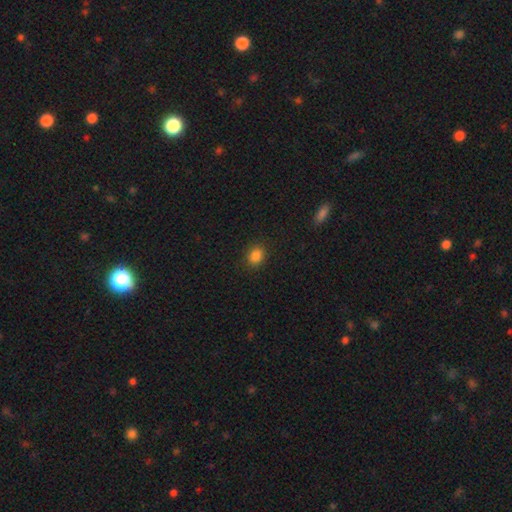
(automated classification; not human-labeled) This appears to be a smooth galaxy with no disk features (85%) that is in between round and cigar-shaped (49%, tied with round). Merging: none (88%).